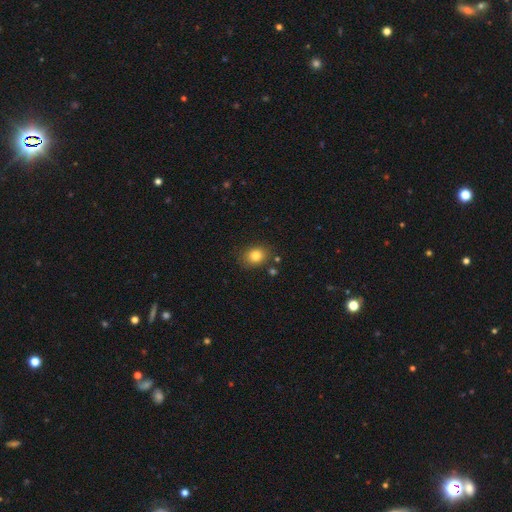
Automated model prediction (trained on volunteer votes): Smooth or featured?
  - smooth: 82% *
  - star or artifact: 11%
  - featured or disk: 7%
How rounded?
  - round: 58% *
  - in between: 41%
  - cigar-shaped: 1%
Merging?
  - none: 82% *
  - minor disturbance: 11%
  - merger: 4%
  - major disturbance: 3%